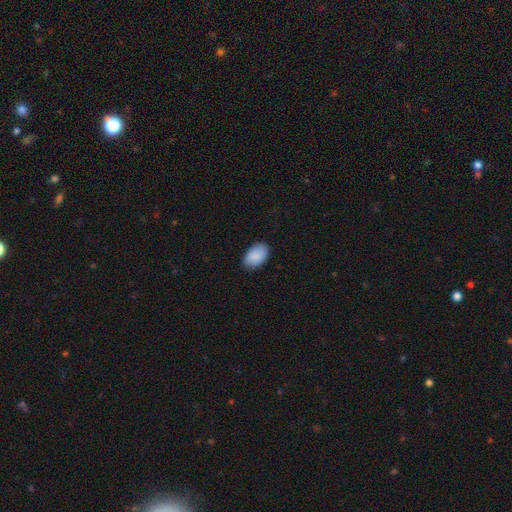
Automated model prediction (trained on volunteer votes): This is clearly a smooth galaxy (90%). How rounded: clearly in between (92%). Merging: clearly none (85%).